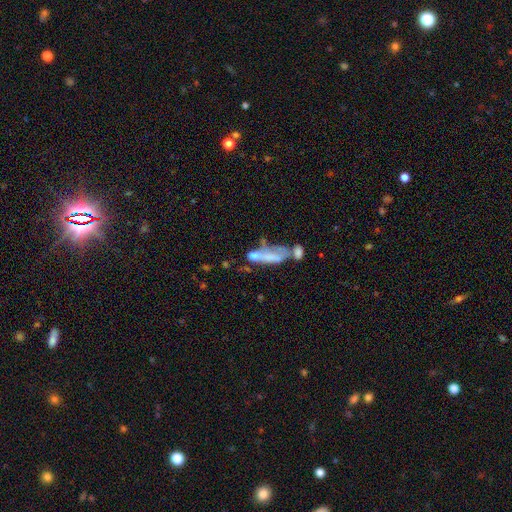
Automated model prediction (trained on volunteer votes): smooth 50%, featured or disk 38%, star or artifact 12%. Down the decision tree: how rounded — in between (58%); merging — merger (53%).